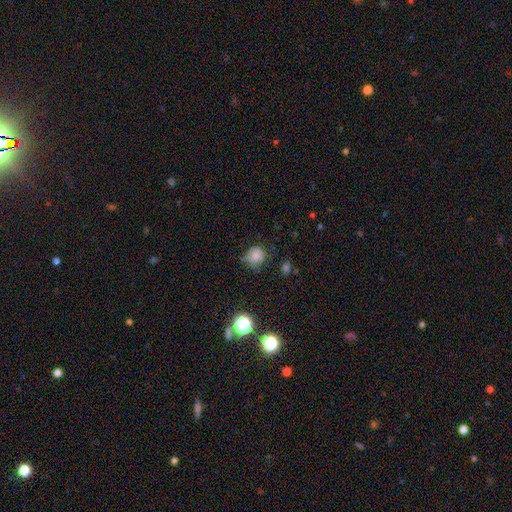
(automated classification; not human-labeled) A smooth galaxy with no disk features (76%) that is round (76%). Merging: none (57%).